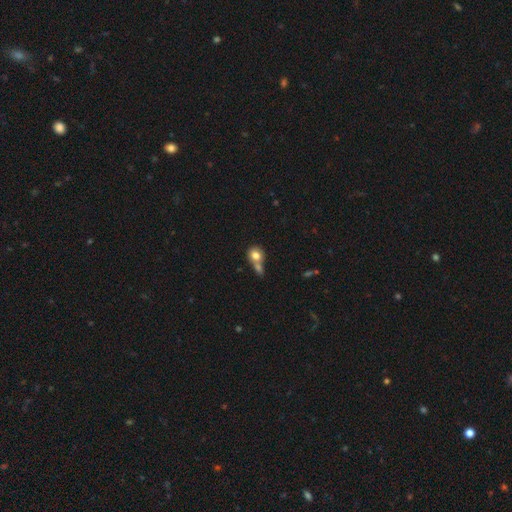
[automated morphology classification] Smooth or featured? smooth (78%)
How rounded? round (72%)
Merging? merger (56%)